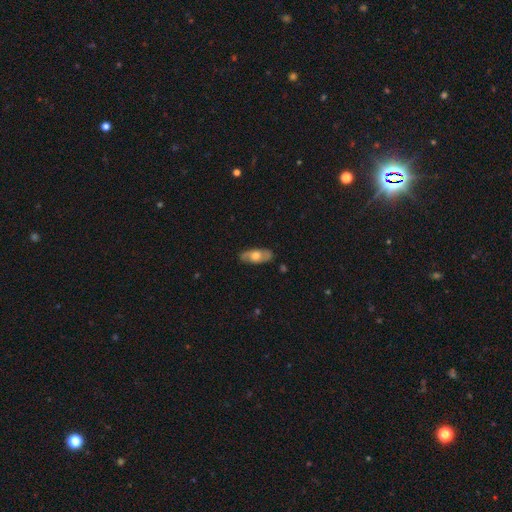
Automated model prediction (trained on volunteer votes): Smooth or featured? smooth (48%)
Merging? none (83%)